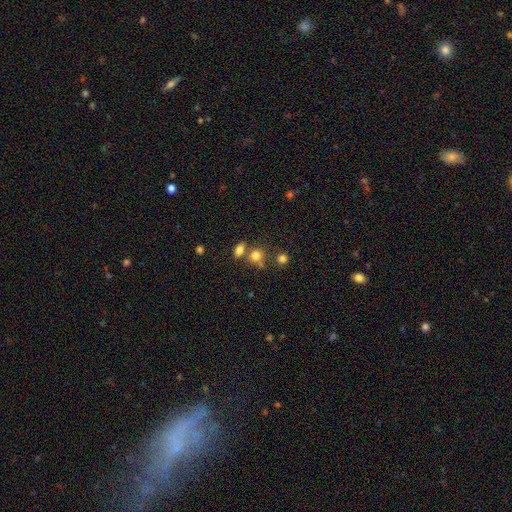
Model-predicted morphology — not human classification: smooth_or_featured: smooth (p=0.77) [alt: star or artifact p=0.14]
how_rounded: round (p=0.63) [alt: in between p=0.35]
merging: none (p=0.55) [alt: merger p=0.29]